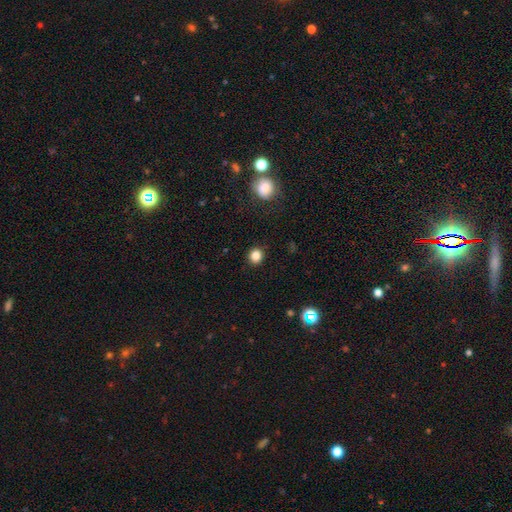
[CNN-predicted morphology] A smooth galaxy with no disk features (84%) that is round (87%).

Vote fractions:
- Smooth or featured? smooth: 84% / star or artifact: 12% / featured or disk: 4%
- How rounded? round: 87% / in between: 12% / cigar-shaped: 1%
- Merging? none: 91% / minor disturbance: 6% / major disturbance: 2% / merger: 1%